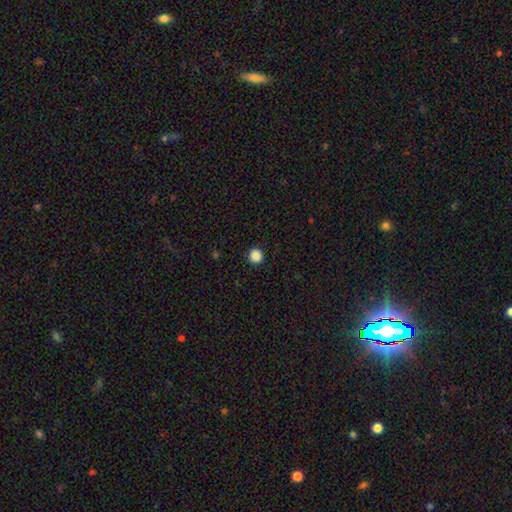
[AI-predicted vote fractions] Q: Smooth or featured?
A: smooth (87%); runner-up: star or artifact (10%)
Q: How rounded?
A: round (95%); runner-up: in between (4%)
Q: Merging?
A: none (93%); runner-up: minor disturbance (4%)